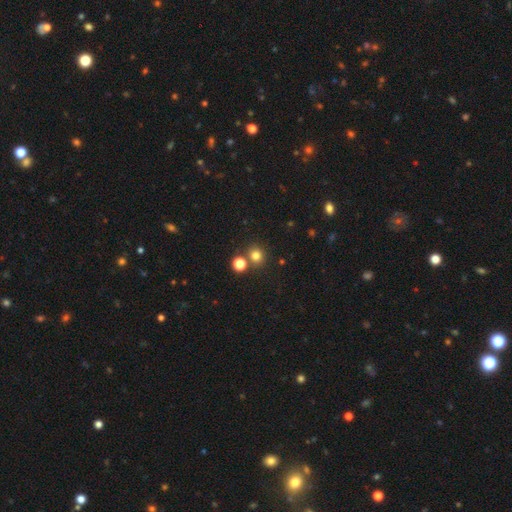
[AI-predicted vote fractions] A smooth galaxy with no disk features (77%) that is round (86%). Merging: none (73%).